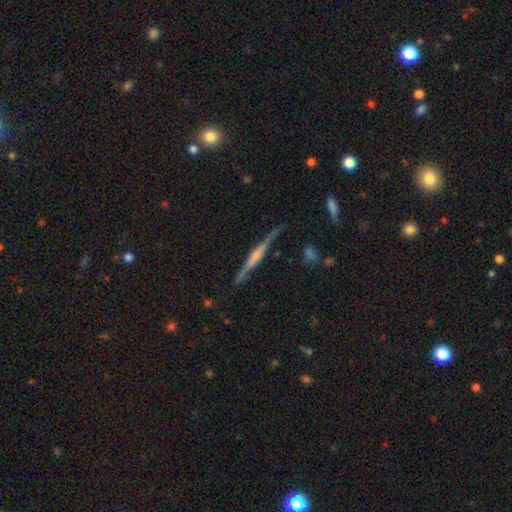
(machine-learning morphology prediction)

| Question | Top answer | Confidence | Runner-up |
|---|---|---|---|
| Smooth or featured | featured or disk | 75% | smooth (16%) |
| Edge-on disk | yes | 97% | no (3%) |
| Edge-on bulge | rounded | 69% | none (18%) |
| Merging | none | 86% | minor disturbance (9%) |